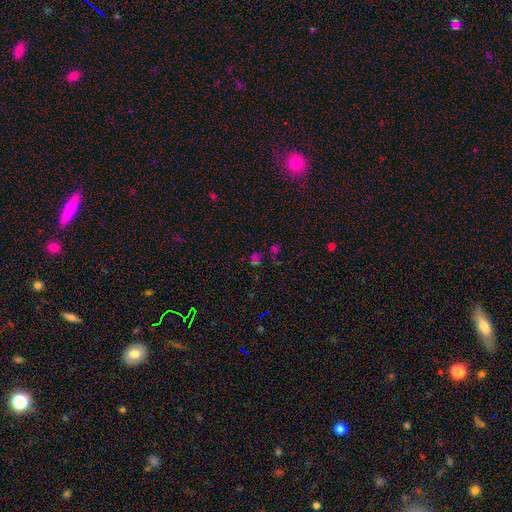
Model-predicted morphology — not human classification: Smooth or featured? Predicted: star or artifact (p=0.54).